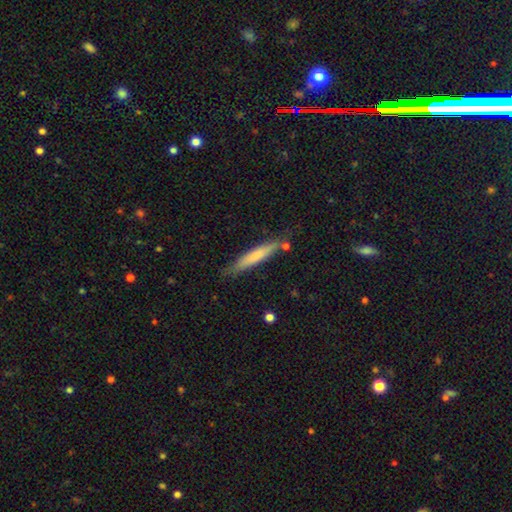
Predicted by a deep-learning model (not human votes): Overall: smooth (68%). How rounded: cigar-shaped (93%). Merging: none (77%).